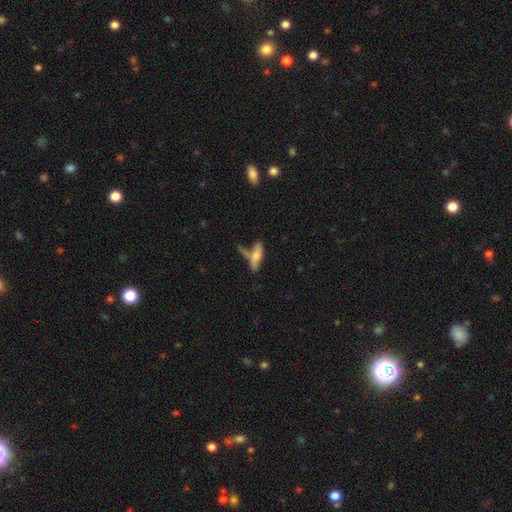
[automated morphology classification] Smooth or featured?
  - smooth: 65% *
  - featured or disk: 27%
  - star or artifact: 9%
How rounded?
  - cigar-shaped: 51% *
  - in between: 46%
  - round: 3%
Merging?
  - none: 46% *
  - merger: 27%
  - minor disturbance: 18%
  - major disturbance: 10%